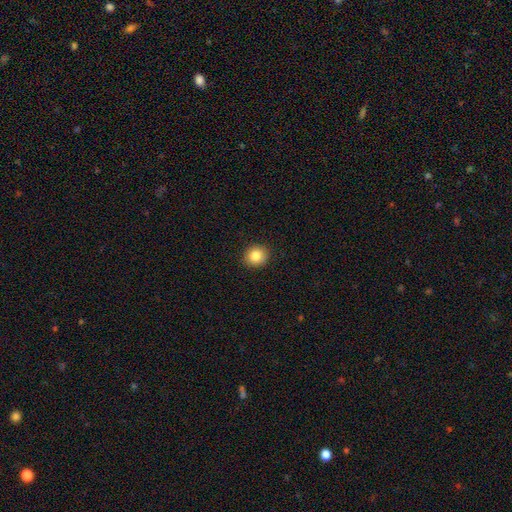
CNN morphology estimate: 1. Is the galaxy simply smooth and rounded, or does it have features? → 84% smooth, 10% star or artifact, 7% featured or disk.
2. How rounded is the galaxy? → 82% round, 17% in between, 1% cigar-shaped.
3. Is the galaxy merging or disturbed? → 91% none, 6% minor disturbance, 2% major disturbance, 1% merger.